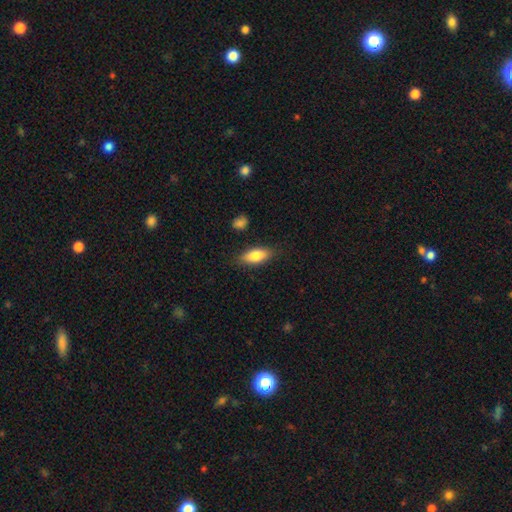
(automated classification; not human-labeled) Morphology: type=smooth (79%); roundness=in between (79%); merging=none (84%).